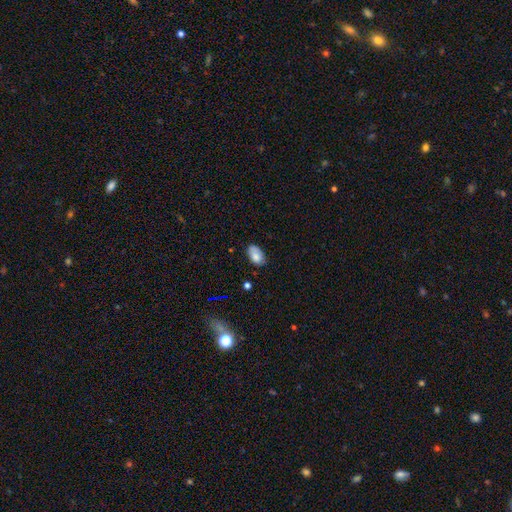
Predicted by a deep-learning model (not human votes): Q: Smooth or featured?
A: smooth (79%); runner-up: featured or disk (13%)
Q: How rounded?
A: in between (92%); runner-up: round (7%)
Q: Merging?
A: none (67%); runner-up: minor disturbance (26%)